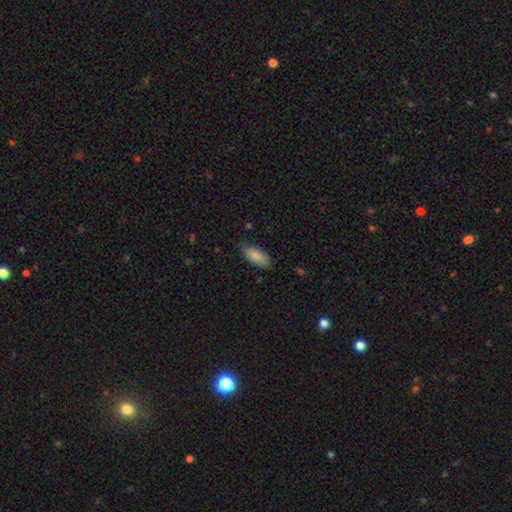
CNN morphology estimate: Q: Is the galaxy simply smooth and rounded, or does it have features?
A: smooth — 87%.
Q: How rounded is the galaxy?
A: in between — 86%.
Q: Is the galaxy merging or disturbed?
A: none — 80%.